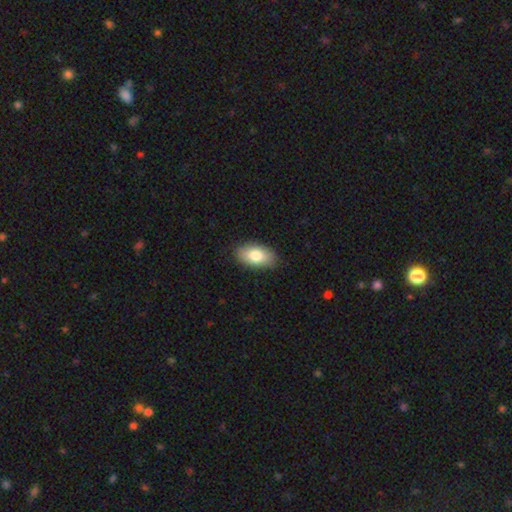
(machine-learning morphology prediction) Q: Smooth or featured?
A: smooth (80%); runner-up: featured or disk (13%)
Q: How rounded?
A: in between (94%); runner-up: round (4%)
Q: Merging?
A: none (87%); runner-up: minor disturbance (10%)